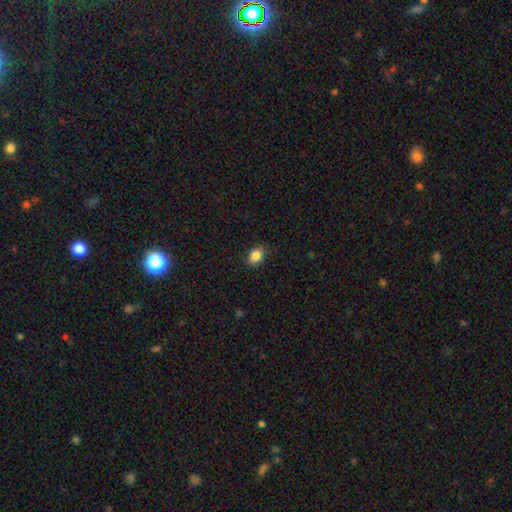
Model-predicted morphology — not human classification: type=smooth (86%); roundness=in between (65%); merging=none (87%).